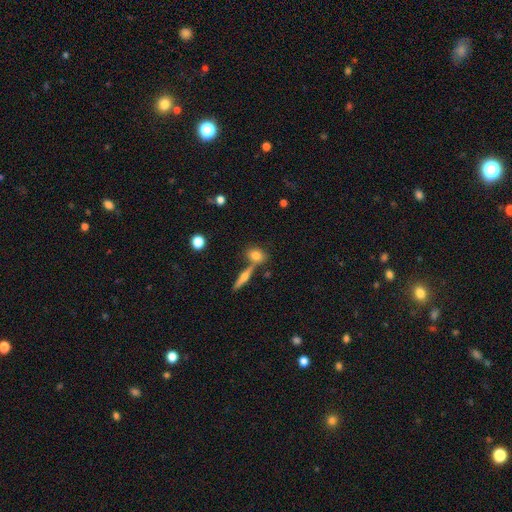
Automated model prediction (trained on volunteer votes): Smooth or featured: smooth — 71% (featured or disk — 20%)
How rounded: in between — 52% (round — 35%)
Merging: none — 62% (merger — 23%)